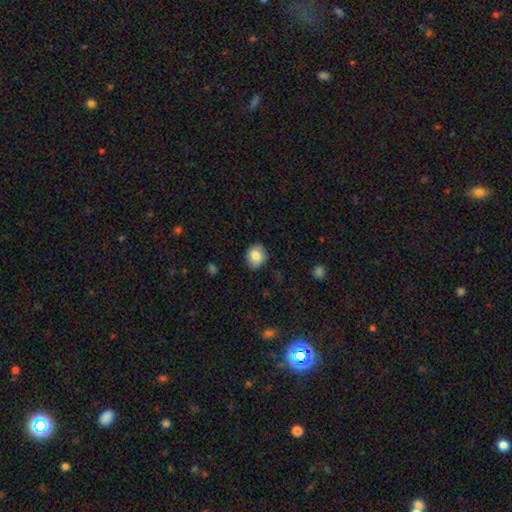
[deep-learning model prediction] The model was most divided on "how rounded": round: 60%, in between: 39%, cigar-shaped: 1%. More confident: smooth or featured — smooth (82%); merging — none (80%).